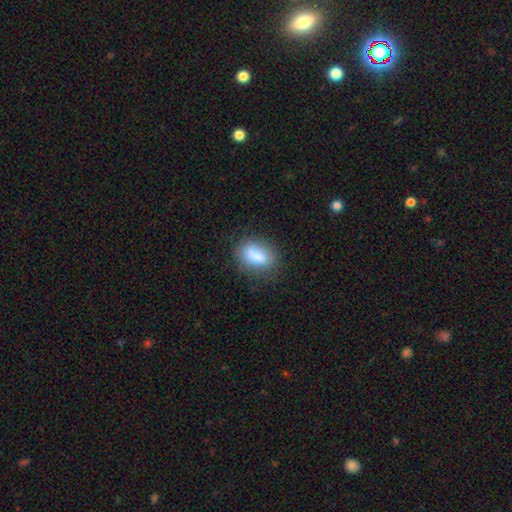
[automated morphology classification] smooth 81%, featured or disk 11%, star or artifact 9%. Down the decision tree: how rounded — in between (82%); merging — none (74%).